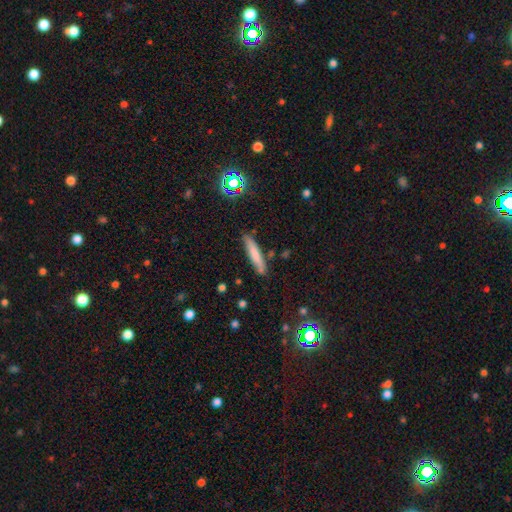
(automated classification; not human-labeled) smooth-or-featured: smooth: 74% | featured or disk: 19% | star or artifact: 7%
  how-rounded: cigar-shaped: 88% | in between: 10% | round: 1%
  merging: none: 82% | minor disturbance: 12% | merger: 3% | major disturbance: 2%